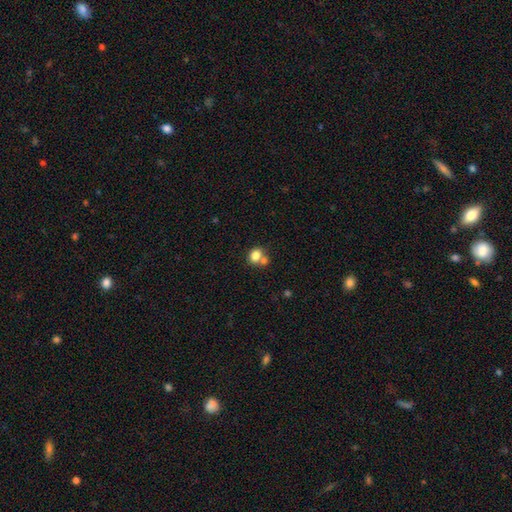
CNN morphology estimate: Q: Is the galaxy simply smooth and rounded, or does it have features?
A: smooth — 80%.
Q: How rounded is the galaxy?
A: round — 69%.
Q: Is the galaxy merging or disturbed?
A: none — 49%.